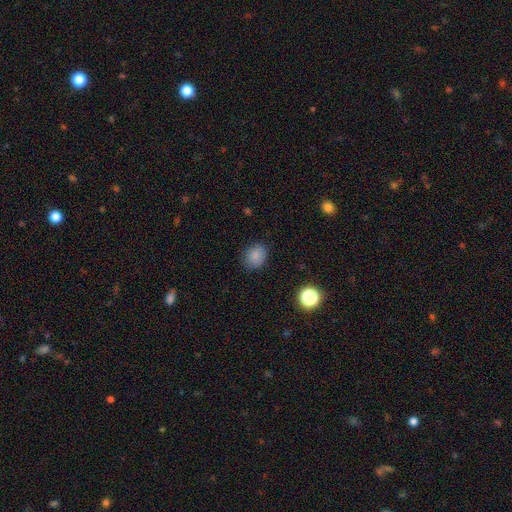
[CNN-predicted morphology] Smooth or featured?
  - smooth: 84% *
  - star or artifact: 11%
  - featured or disk: 5%
How rounded?
  - round: 58% *
  - in between: 41%
  - cigar-shaped: 1%
Merging?
  - none: 83% *
  - minor disturbance: 13%
  - major disturbance: 3%
  - merger: 1%